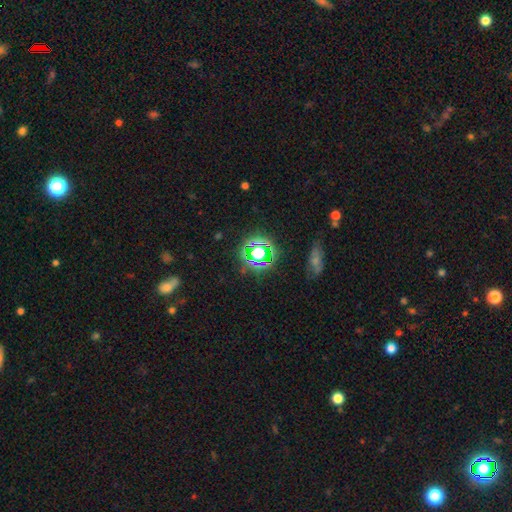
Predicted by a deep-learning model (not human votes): Smooth or featured?
  - star or artifact: 62% *
  - smooth: 27%
  - featured or disk: 12%